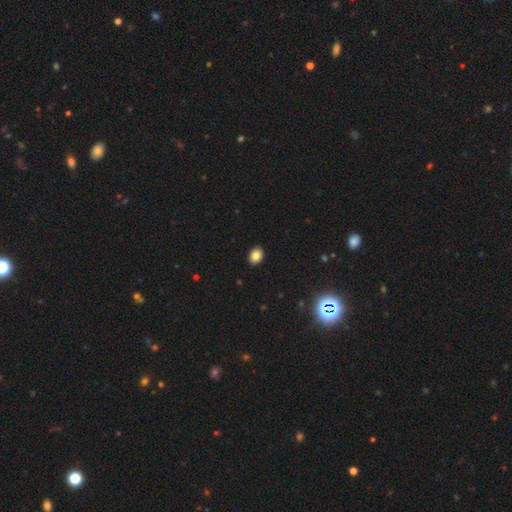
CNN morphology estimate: This appears to be a smooth galaxy with no disk features (84%) that is in between round and cigar-shaped (60%). Merging: none (92%).